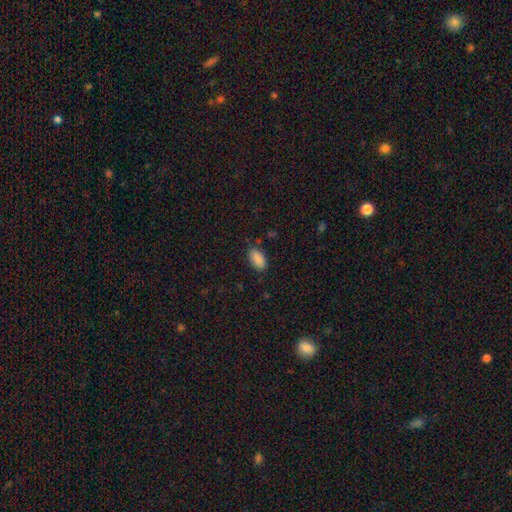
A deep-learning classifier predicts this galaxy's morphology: Smooth or featured? Predicted: smooth (p=0.89). How rounded? Predicted: in between (p=0.93). Merging? Predicted: none (p=0.84).